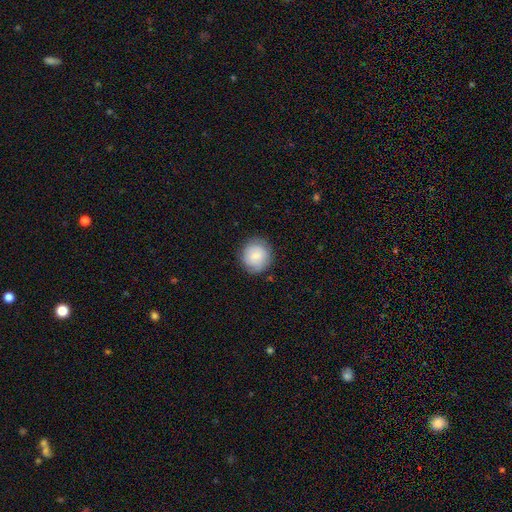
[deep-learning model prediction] This is likely a smooth galaxy (79%). How rounded: clearly round (89%). Merging: clearly none (83%).